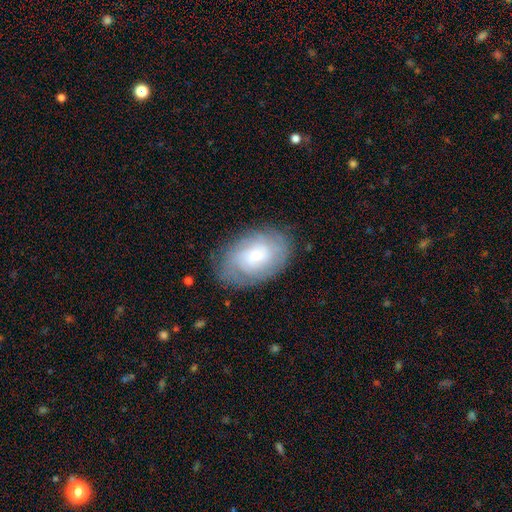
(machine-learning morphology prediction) smooth_or_featured: featured or disk (p=0.56) [alt: smooth p=0.36]
disk_edge_on: no (p=0.95) [alt: yes p=0.05]
bar: no (p=0.75) [alt: weak p=0.22]
has_spiral_arms: yes (p=0.80) [alt: no p=0.20]
bulge_size: small (p=0.62) [alt: moderate p=0.29]
merging: none (p=0.77) [alt: minor disturbance p=0.16]